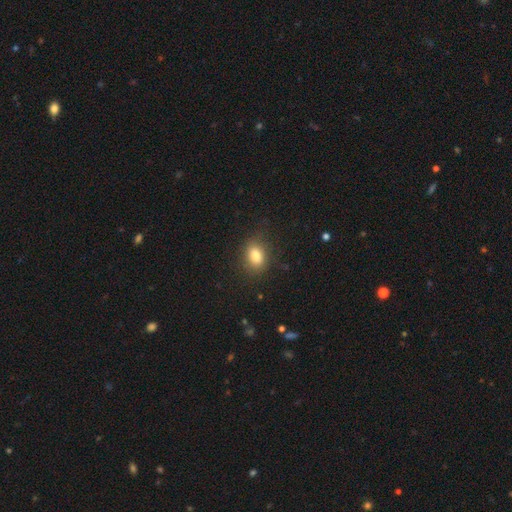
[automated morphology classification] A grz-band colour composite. It shows a smooth galaxy with no disk features (83%) that is in between round and cigar-shaped (72%). Merging: none (80%).